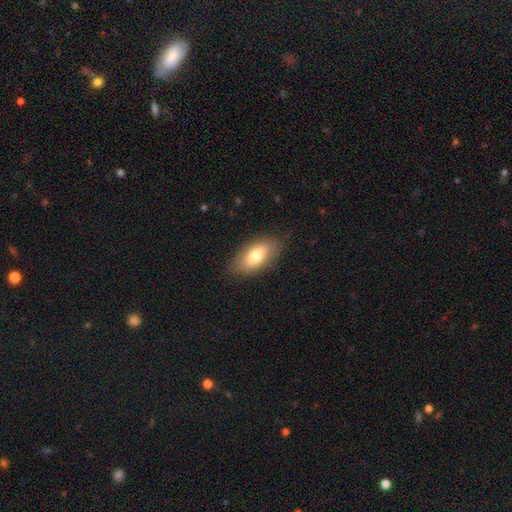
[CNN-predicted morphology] Q: Smooth or featured?
A: smooth (75%); runner-up: featured or disk (19%)
Q: How rounded?
A: in between (91%); runner-up: cigar-shaped (6%)
Q: Merging?
A: none (85%); runner-up: minor disturbance (11%)